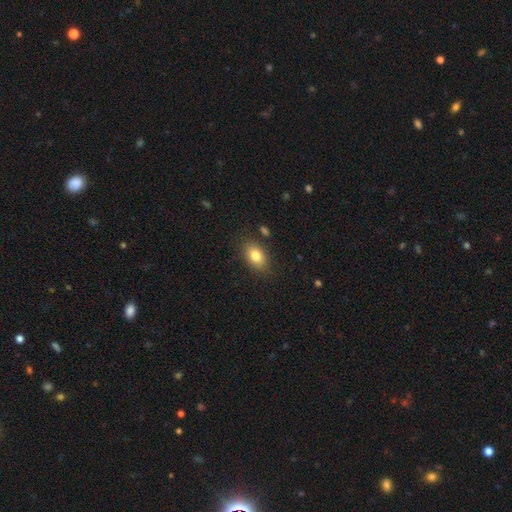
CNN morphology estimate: Smooth or featured? smooth (81%)
How rounded? in between (85%)
Merging? none (84%)